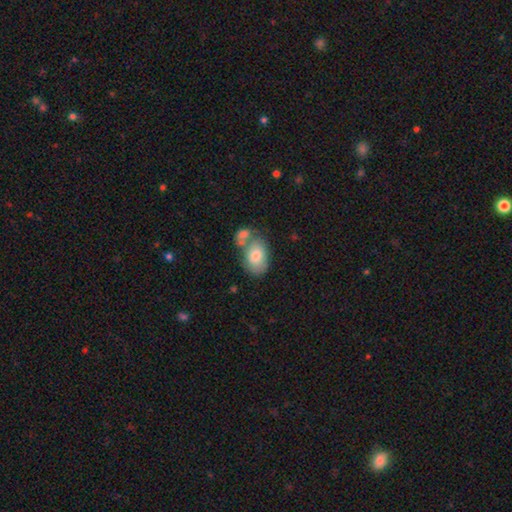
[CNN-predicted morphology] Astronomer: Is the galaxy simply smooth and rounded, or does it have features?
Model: smooth — 75%.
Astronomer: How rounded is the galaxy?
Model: in between — 85%.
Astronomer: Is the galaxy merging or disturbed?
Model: none — 40% (runner-up: merger, 38%).